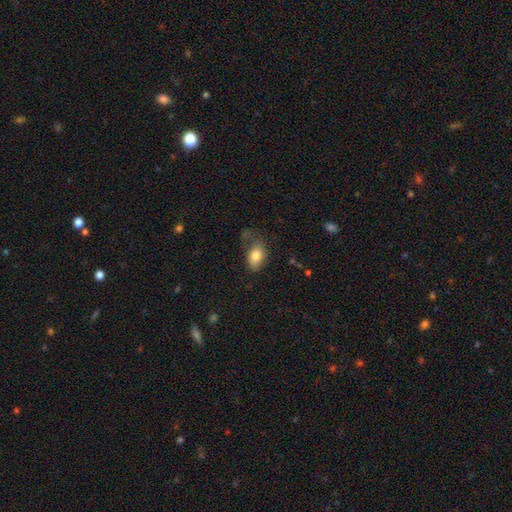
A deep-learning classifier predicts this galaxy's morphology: This is clearly a smooth galaxy (81%). How rounded: clearly in between (88%). Merging: possibly none (49%).